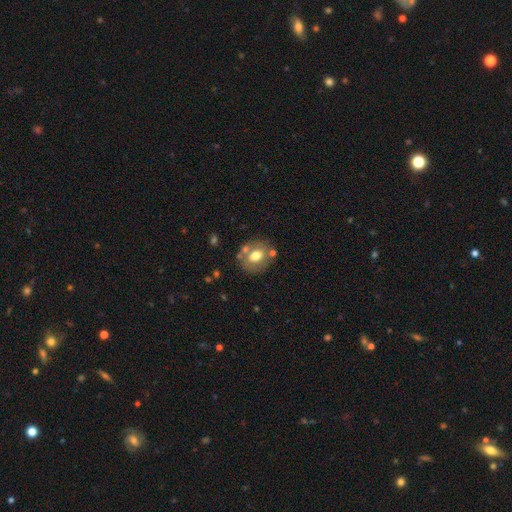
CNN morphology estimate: A smooth galaxy with no disk features (64%) that is round (57%). Merging: none (71%).